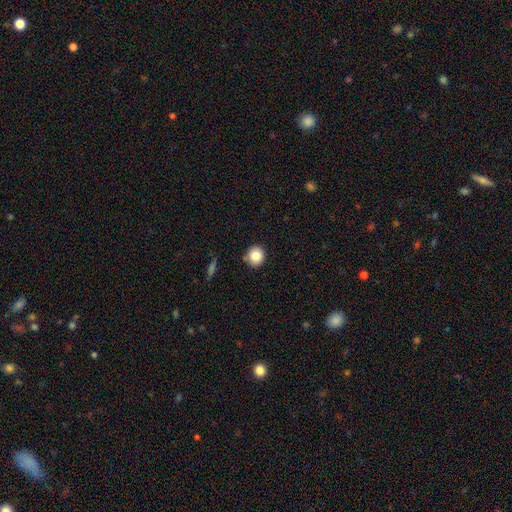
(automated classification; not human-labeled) Smooth or featured?
  - smooth: 83% *
  - star or artifact: 10%
  - featured or disk: 7%
How rounded?
  - round: 88% *
  - in between: 11%
  - cigar-shaped: 1%
Merging?
  - none: 86% *
  - minor disturbance: 9%
  - merger: 4%
  - major disturbance: 2%